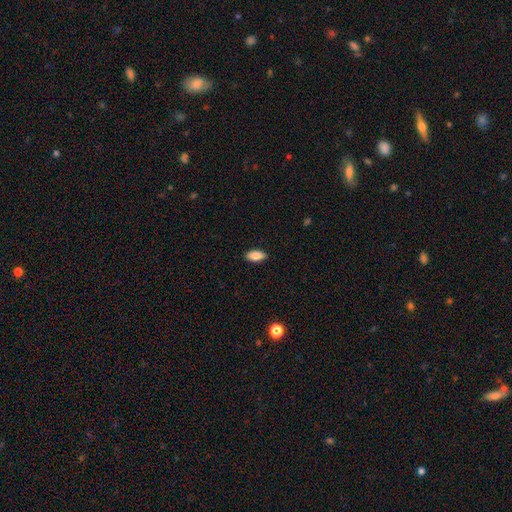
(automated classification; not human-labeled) This is clearly a smooth galaxy (86%). How rounded: clearly in between (90%). Merging: clearly none (89%).